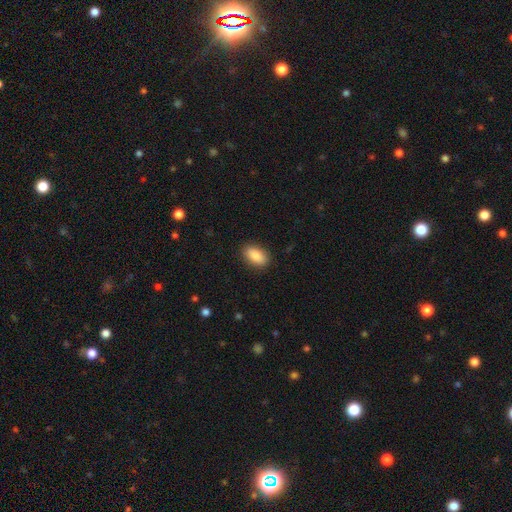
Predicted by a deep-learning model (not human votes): This appears to be a smooth galaxy with no disk features (90%) that is in between round and cigar-shaped (92%). Merging: none (88%).